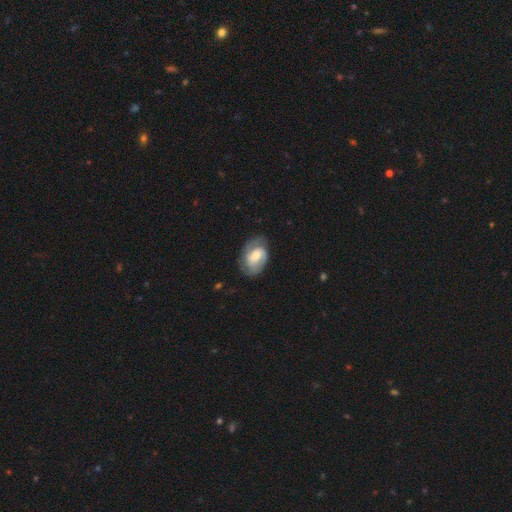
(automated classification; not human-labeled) A featured or disk galaxy (67%) with no bar (44%), 2 (72%) medium (44%) spiral arms (88%) and a moderate central bulge (57%). Merging: none (67%).